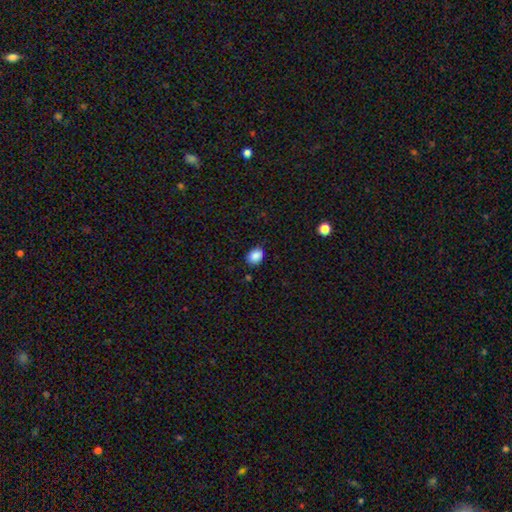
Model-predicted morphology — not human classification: smooth 87%, star or artifact 9%, featured or disk 4%. Down the decision tree: how rounded — in between (62%); merging — none (81%).